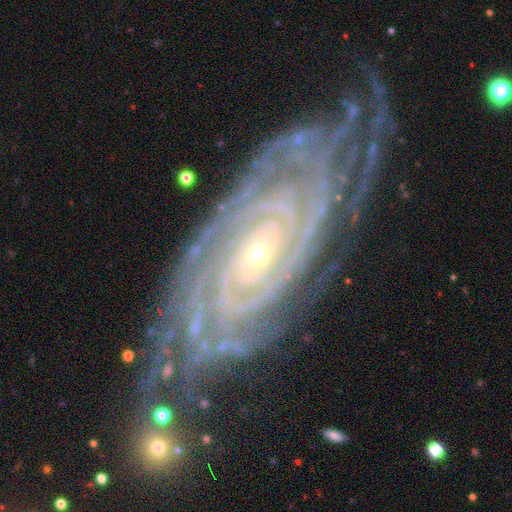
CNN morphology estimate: This appears to be a featured or disk galaxy (92%) with no bar (64%), more than 4 (20%, tied with 4) tight (86%) spiral arms (99%) and a small central bulge (81%). Merging: none (69%).